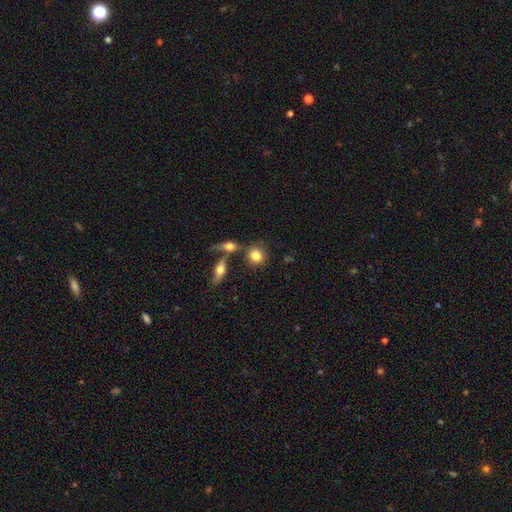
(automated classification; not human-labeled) Morphology: type=smooth (80%); roundness=round (79%); merging=none (60%).